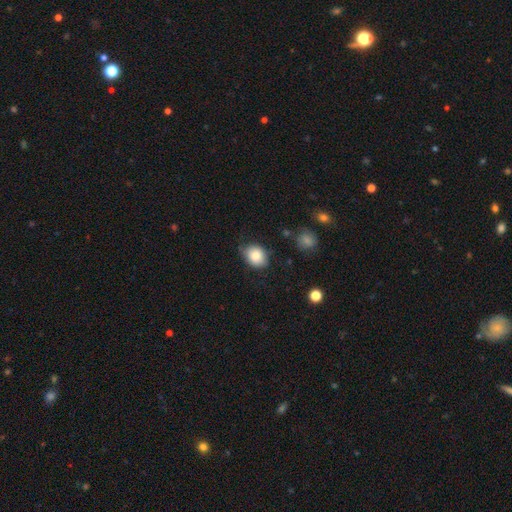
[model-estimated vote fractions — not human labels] A smooth galaxy with no disk features (82%) that is in between round and cigar-shaped (51%).

Vote fractions:
- Smooth or featured? smooth: 82% / featured or disk: 9% / star or artifact: 9%
- How rounded? in between: 51% / round: 48% / cigar-shaped: 1%
- Merging? none: 65% / minor disturbance: 27% / major disturbance: 6% / merger: 2%